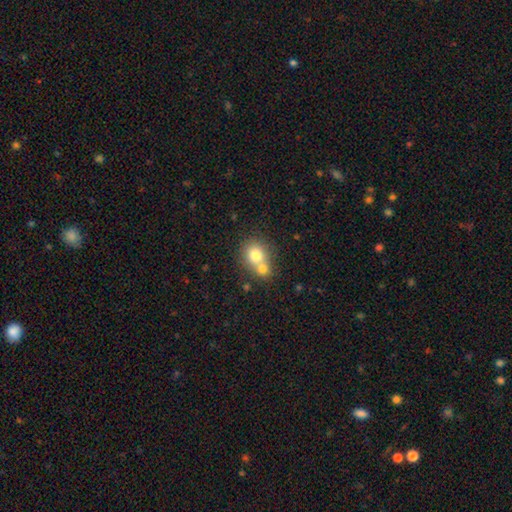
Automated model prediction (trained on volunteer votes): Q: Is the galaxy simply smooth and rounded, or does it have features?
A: smooth — 75%.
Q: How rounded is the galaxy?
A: round — 74%.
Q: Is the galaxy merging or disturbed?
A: merger — 54%.